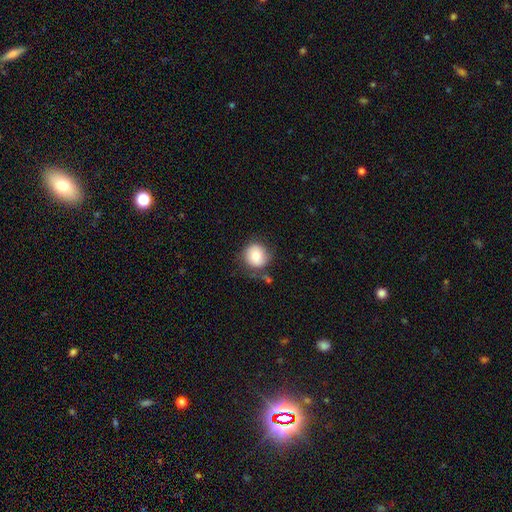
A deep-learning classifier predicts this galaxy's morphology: This is likely a smooth galaxy (77%). How rounded: clearly round (90%). Merging: likely none (65%).